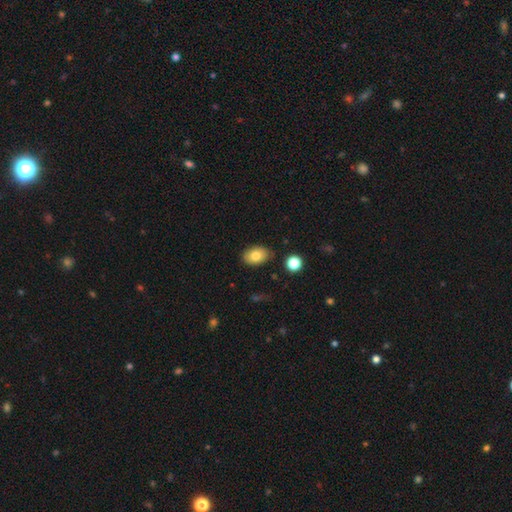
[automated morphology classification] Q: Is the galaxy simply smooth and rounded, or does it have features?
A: smooth — 81%.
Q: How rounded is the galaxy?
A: in between — 86%.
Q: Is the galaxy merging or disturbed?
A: none — 84%.